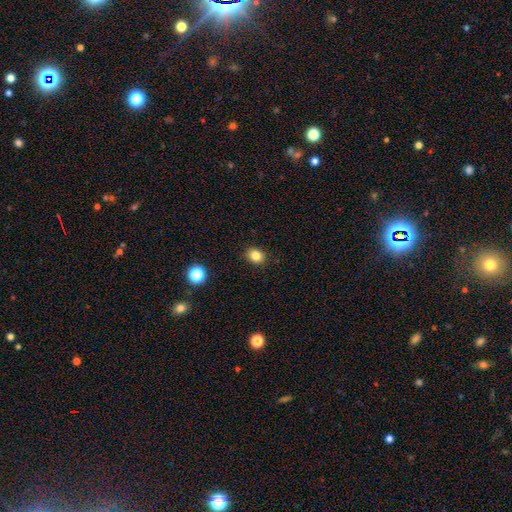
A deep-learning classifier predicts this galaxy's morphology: smooth_or_featured: smooth (p=0.83) [alt: star or artifact p=0.12]
how_rounded: round (p=0.54) [alt: in between p=0.46]
merging: none (p=0.90) [alt: minor disturbance p=0.07]